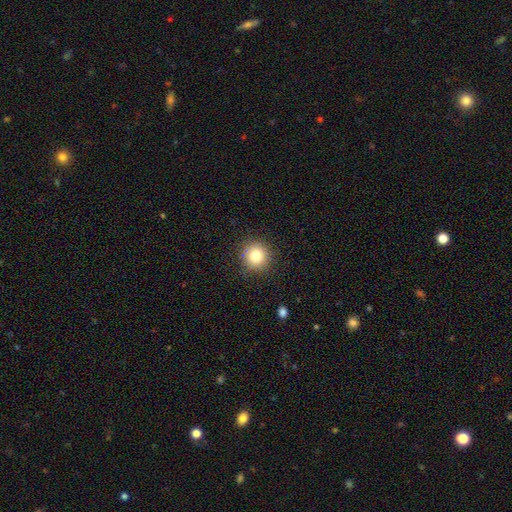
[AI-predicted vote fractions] smooth-or-featured: smooth: 81% | star or artifact: 11% | featured or disk: 7%
  how-rounded: round: 92% | in between: 7% | cigar-shaped: 1%
  merging: none: 89% | minor disturbance: 7% | major disturbance: 2% | merger: 1%